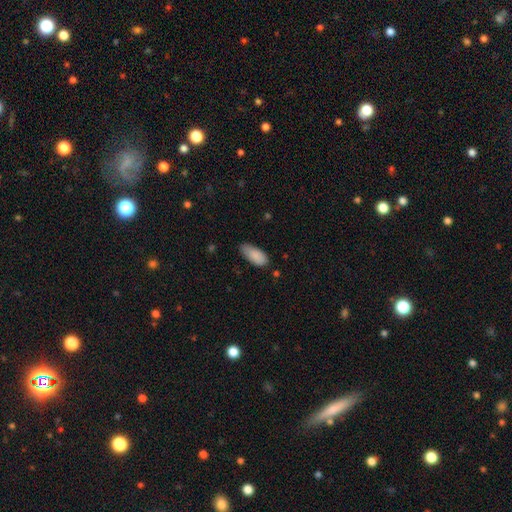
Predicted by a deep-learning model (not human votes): A smooth galaxy with no disk features (87%) that is in between round and cigar-shaped (90%). Merging: none (64%).